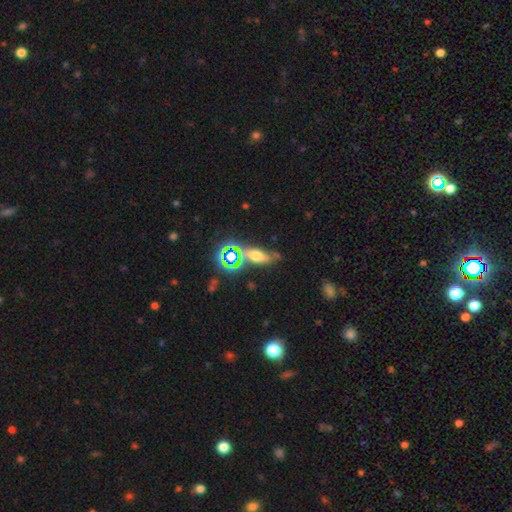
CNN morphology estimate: Q: Smooth or featured?
A: smooth (40%); runner-up: star or artifact (30%)
Q: Merging?
A: none (59%); runner-up: minor disturbance (18%)